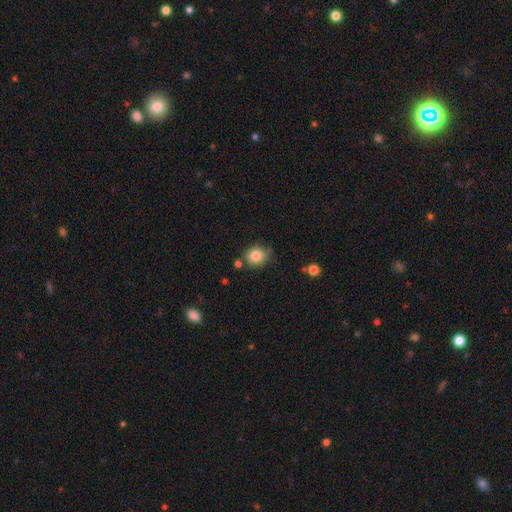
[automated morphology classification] This appears to be a smooth galaxy with no disk features (84%) that is round (77%). Merging: none (73%).